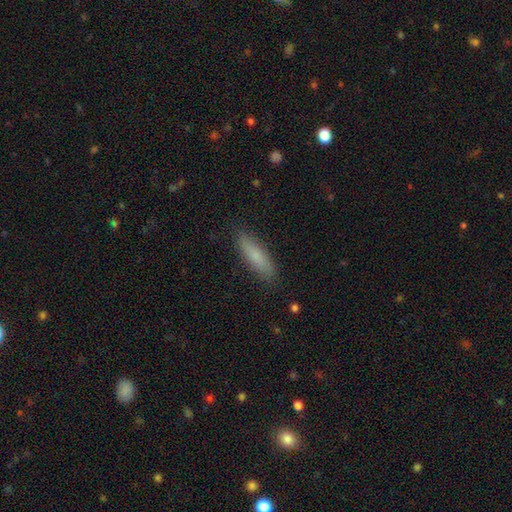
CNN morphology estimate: This is clearly a smooth galaxy (80%). How rounded: likely cigar-shaped (69%). Merging: clearly none (86%).